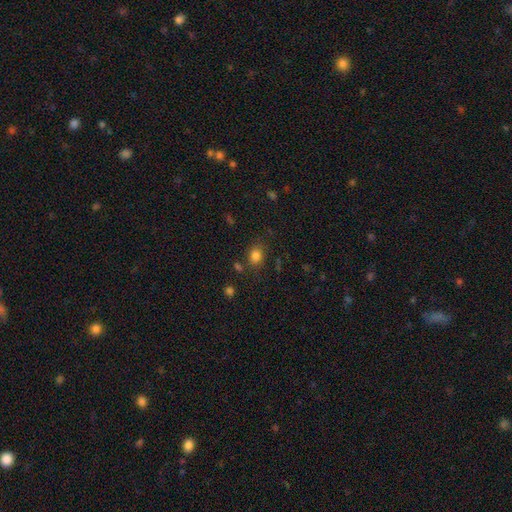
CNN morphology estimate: A smooth galaxy with no disk features (82%) that is in between round and cigar-shaped (51%).

Vote fractions:
- Smooth or featured? smooth: 82% / star or artifact: 13% / featured or disk: 6%
- How rounded? in between: 51% / round: 48% / cigar-shaped: 1%
- Merging? none: 75% / minor disturbance: 15% / merger: 6% / major disturbance: 5%